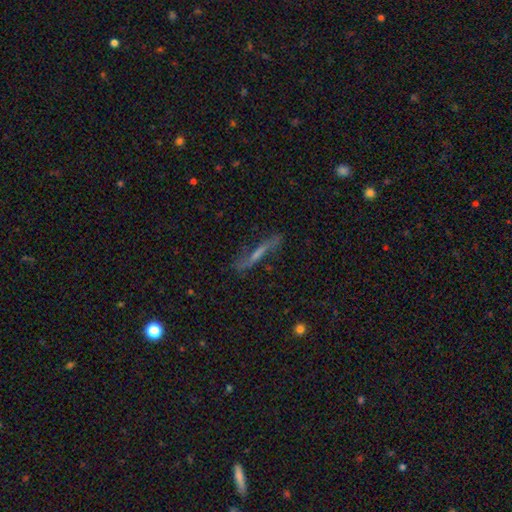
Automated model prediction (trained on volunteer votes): Smooth or featured? featured or disk (60%)
Edge-on disk? yes (59%)
Merging? none (70%)